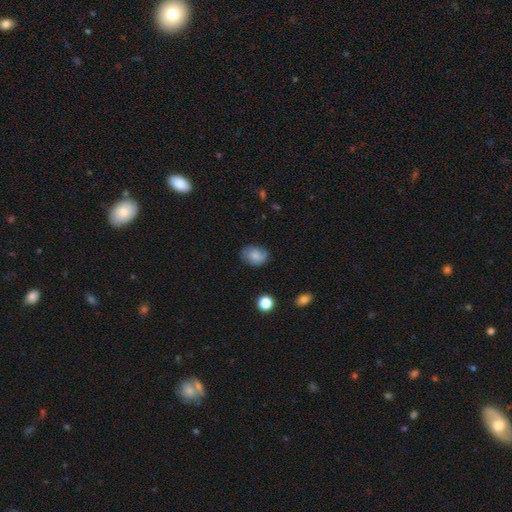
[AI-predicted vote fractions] Smooth or featured? smooth (68%)
How rounded? in between (67%)
Merging? none (69%)